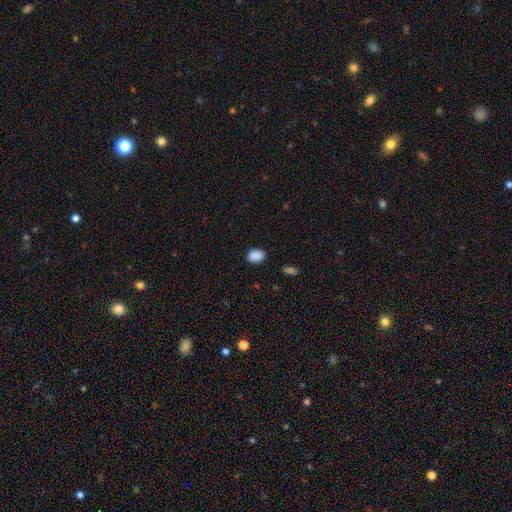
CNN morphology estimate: A smooth galaxy with no disk features (88%) that is in between round and cigar-shaped (68%).

Vote fractions:
- Smooth or featured? smooth: 88% / star or artifact: 9% / featured or disk: 3%
- How rounded? in between: 68% / round: 31% / cigar-shaped: 1%
- Merging? none: 86% / minor disturbance: 11% / major disturbance: 2% / merger: 1%